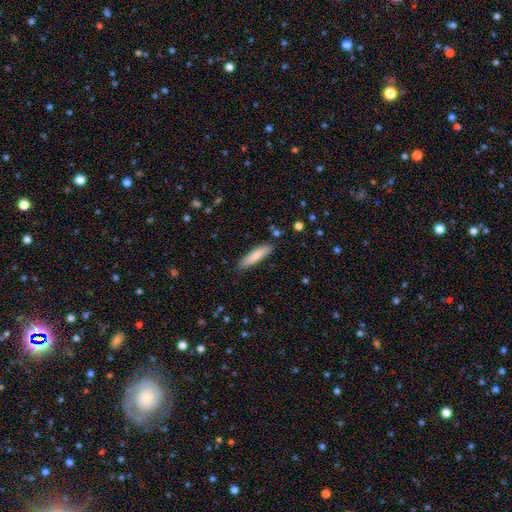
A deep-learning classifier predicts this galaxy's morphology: This is likely a smooth galaxy (80%). How rounded: likely cigar-shaped (77%). Merging: clearly none (84%).